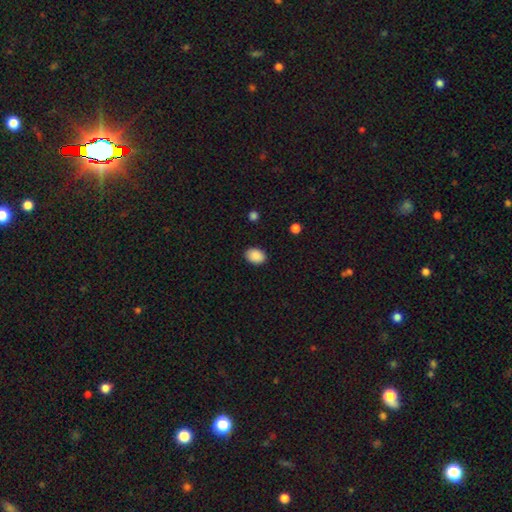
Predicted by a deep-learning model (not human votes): Morphology: type=smooth (90%); roundness=in between (71%); merging=none (88%).